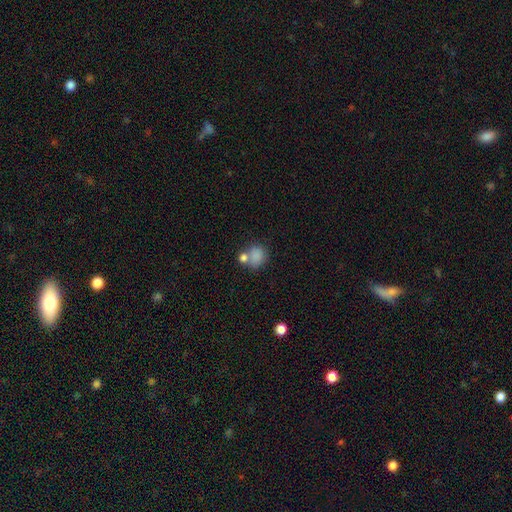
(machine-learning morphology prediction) Smooth or featured? smooth (81%)
How rounded? round (70%)
Merging? none (49%)